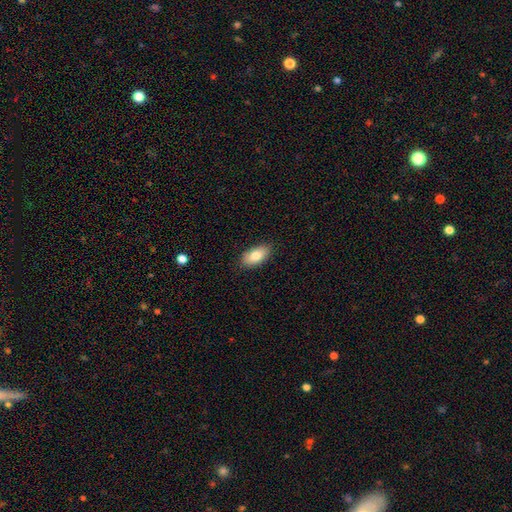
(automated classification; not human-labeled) Smooth or featured? smooth (81%)
How rounded? in between (92%)
Merging? none (86%)